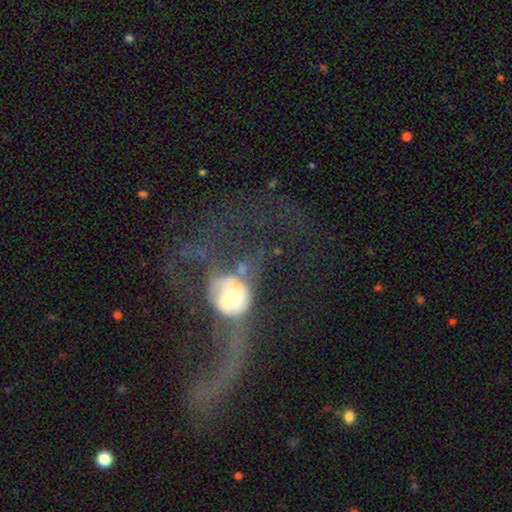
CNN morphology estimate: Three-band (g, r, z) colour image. It shows a featured or disk galaxy (76%) with no bar (61%), 2 (65%) loose (81%) spiral arms (75%) and a moderate central bulge (49%). Merging: major disturbance (52%).